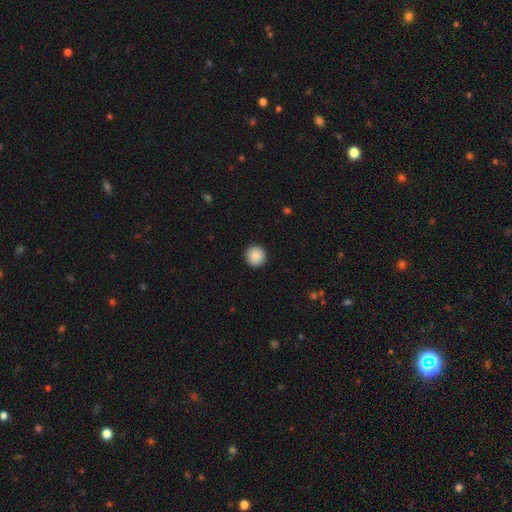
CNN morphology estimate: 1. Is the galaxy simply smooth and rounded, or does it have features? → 89% smooth, 7% star or artifact, 4% featured or disk.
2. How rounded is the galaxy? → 95% round, 4% in between, 1% cigar-shaped.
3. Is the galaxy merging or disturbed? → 92% none, 5% minor disturbance, 2% major disturbance, 1% merger.